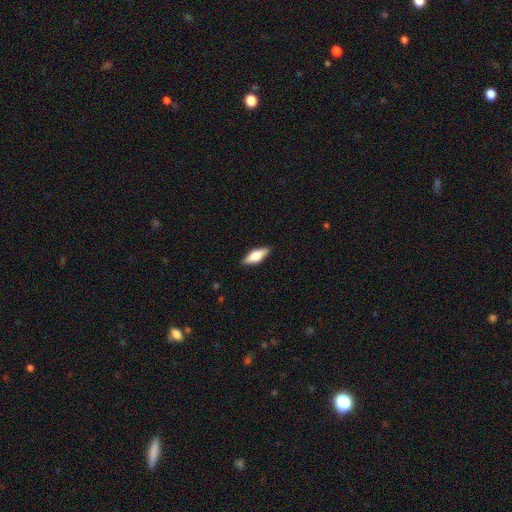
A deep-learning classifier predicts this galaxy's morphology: smooth-or-featured: smooth: 60% | featured or disk: 34% | star or artifact: 6%
  how-rounded: in between: 68% | cigar-shaped: 29% | round: 3%
  merging: none: 87% | minor disturbance: 10% | major disturbance: 2% | merger: 1%